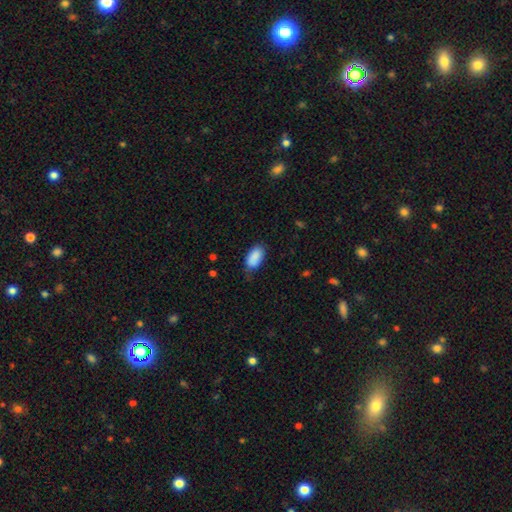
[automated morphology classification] type=smooth (89%); roundness=in between (94%); merging=none (68%).